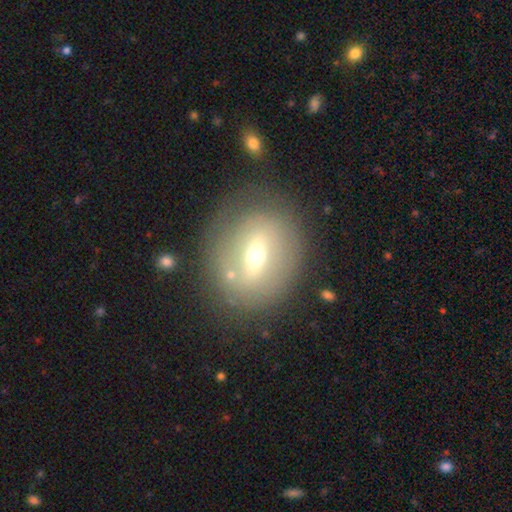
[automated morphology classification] This appears to be a featured or disk galaxy (53%). Merging: none (75%).